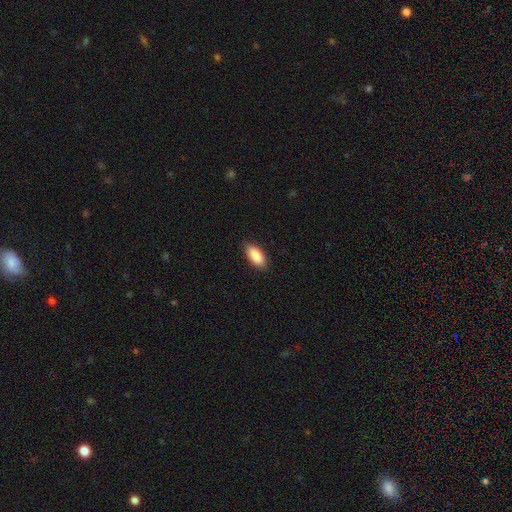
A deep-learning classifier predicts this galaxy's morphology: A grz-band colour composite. It shows a smooth galaxy with no disk features (89%) that is in between round and cigar-shaped (90%). Merging: none (87%).